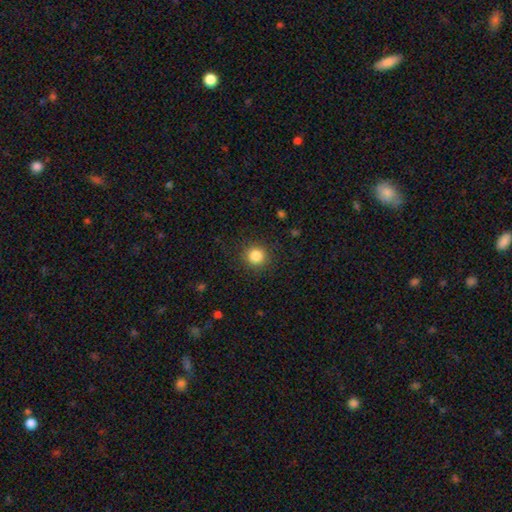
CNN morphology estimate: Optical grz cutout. It shows a smooth galaxy with no disk features (84%) that is round (93%). Merging: none (89%).